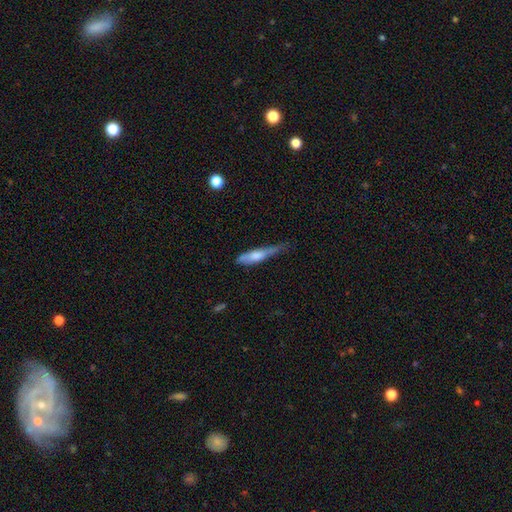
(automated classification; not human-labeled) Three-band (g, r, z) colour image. It shows a smooth galaxy with no disk features (67%) that is cigar-shaped (75%). Merging: minor disturbance (43%).